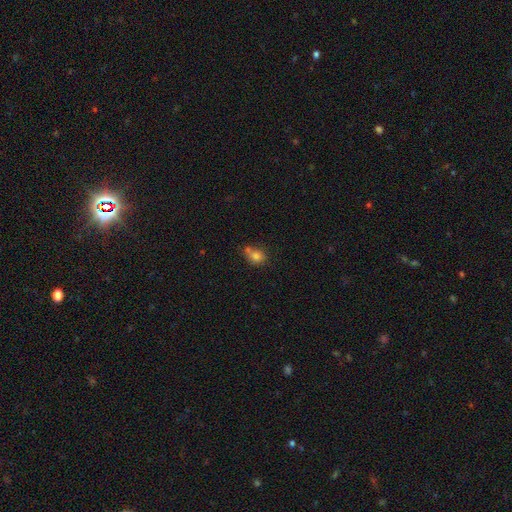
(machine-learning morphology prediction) This appears to be a smooth galaxy with no disk features (77%) that is round (63%). Merging: none (44%).